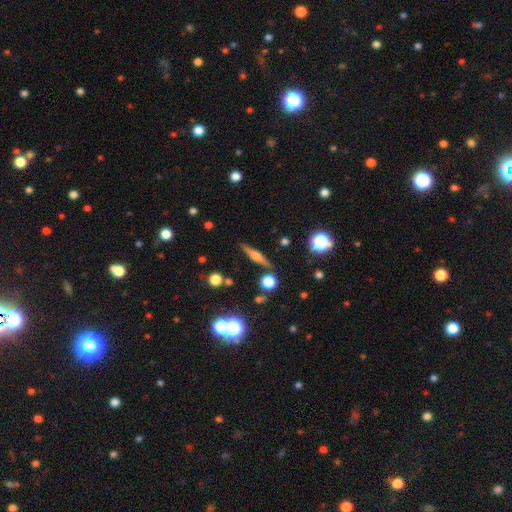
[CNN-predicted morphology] Overall: featured or disk (59%; smooth 32%). Edge-on disk: yes (95%). Edge-on bulge: rounded (80%). Merging: none (86%).